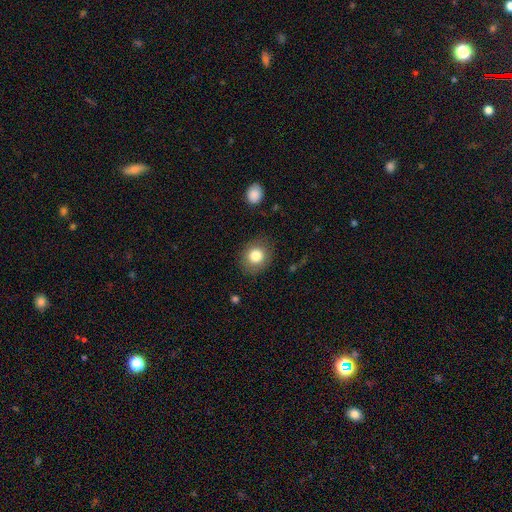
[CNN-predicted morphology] Smooth or featured: smooth — 81% (star or artifact — 10%)
How rounded: round — 73% (in between — 26%)
Merging: none — 84% (minor disturbance — 11%)